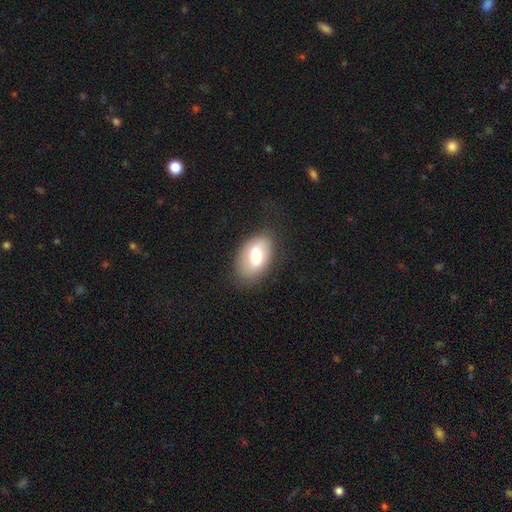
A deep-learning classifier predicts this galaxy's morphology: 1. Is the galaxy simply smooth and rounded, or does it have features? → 71% smooth, 22% featured or disk, 7% star or artifact.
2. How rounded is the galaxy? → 91% in between, 8% round, 1% cigar-shaped.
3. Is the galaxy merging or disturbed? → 76% none, 17% minor disturbance, 6% major disturbance, 1% merger.